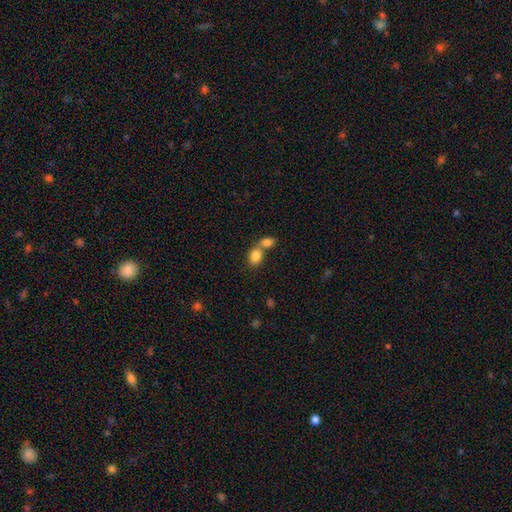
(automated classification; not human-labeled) Smooth or featured?
  - smooth: 83% *
  - star or artifact: 9%
  - featured or disk: 8%
How rounded?
  - in between: 58% *
  - round: 40%
  - cigar-shaped: 1%
Merging?
  - merger: 57% *
  - none: 33%
  - minor disturbance: 7%
  - major disturbance: 3%